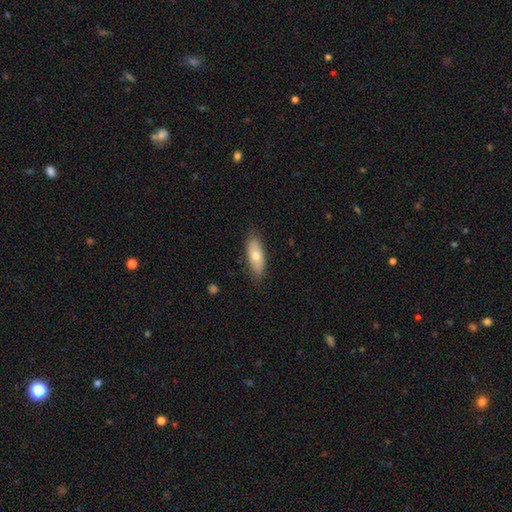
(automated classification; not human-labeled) Morphology: type=smooth (68%); roundness=in between (75%); merging=none (83%).